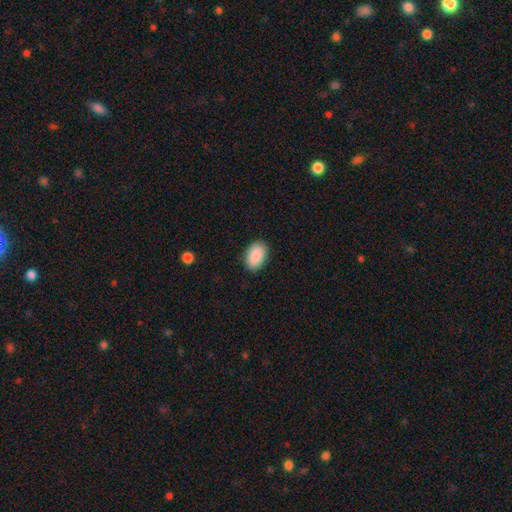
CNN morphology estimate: Overall: smooth (89%). How rounded: in between (91%). Merging: none (88%).